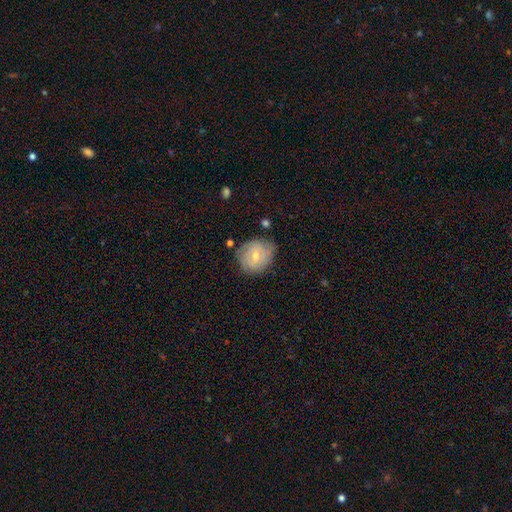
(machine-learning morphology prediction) This appears to be a smooth galaxy with no disk features (47%). Merging: none (69%).